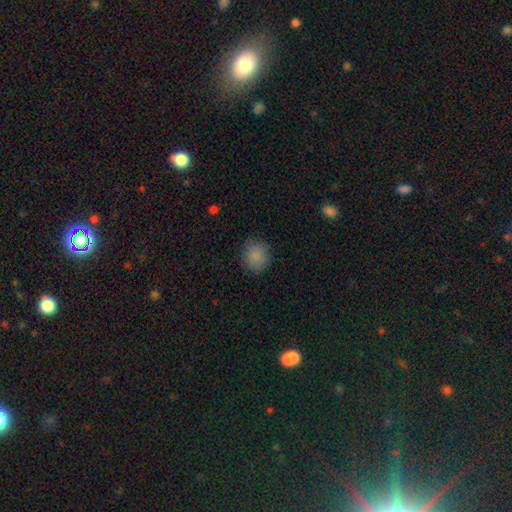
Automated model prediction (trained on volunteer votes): smooth 86%, star or artifact 9%, featured or disk 5%. Down the decision tree: how rounded — round (67%); merging — none (80%).